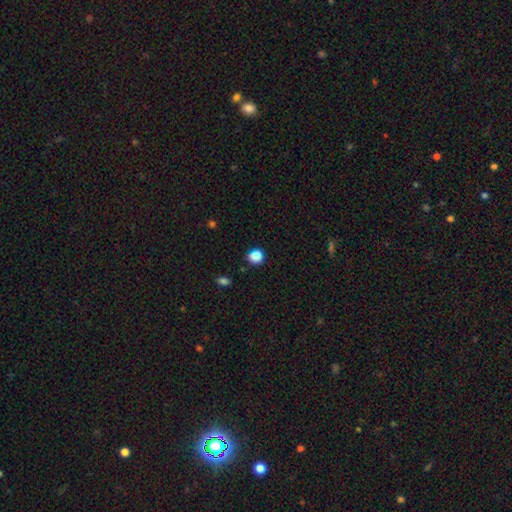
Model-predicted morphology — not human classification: Overall: smooth (80%). How rounded: round (82%). Merging: none (79%).